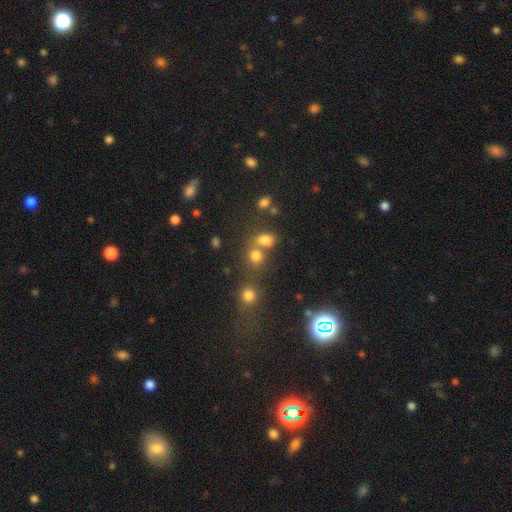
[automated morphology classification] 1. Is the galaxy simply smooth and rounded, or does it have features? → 74% smooth, 17% star or artifact, 9% featured or disk.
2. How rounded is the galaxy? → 58% round, 40% in between, 2% cigar-shaped.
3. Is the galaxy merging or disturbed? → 46% none, 38% merger, 10% minor disturbance, 6% major disturbance.